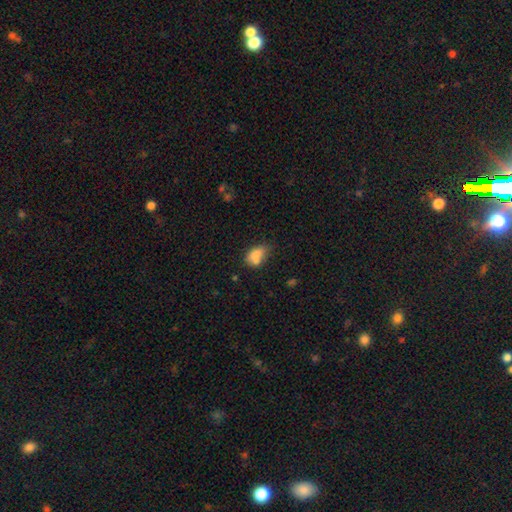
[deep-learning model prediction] This is likely a smooth galaxy (76%). How rounded: clearly in between (82%). Merging: marginally none (36%).